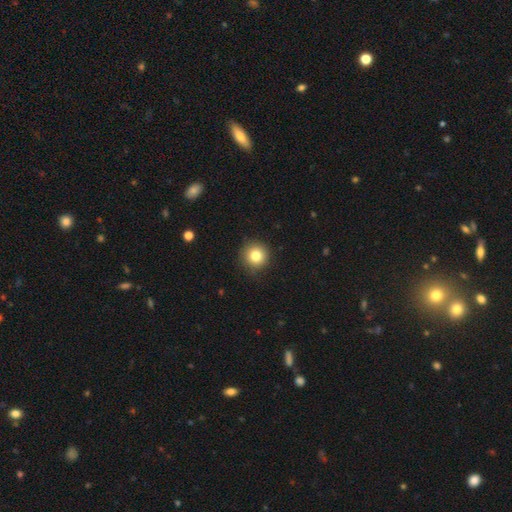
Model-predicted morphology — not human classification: smooth_or_featured: smooth (p=0.82) [alt: star or artifact p=0.11]
how_rounded: round (p=0.94) [alt: in between p=0.05]
merging: none (p=0.89) [alt: minor disturbance p=0.08]